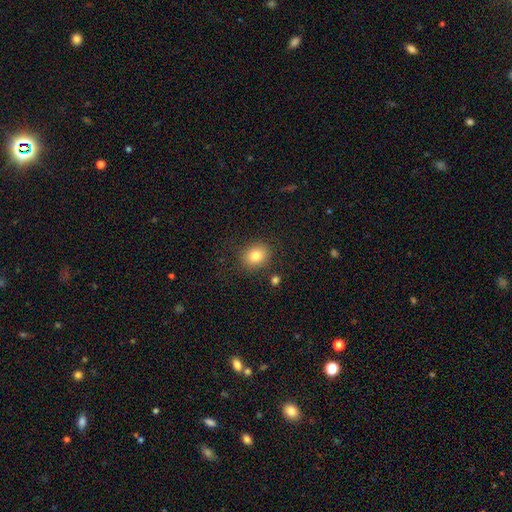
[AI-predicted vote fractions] Smooth or featured: smooth — 82% (star or artifact — 10%)
How rounded: round — 57% (in between — 42%)
Merging: none — 82% (minor disturbance — 11%)